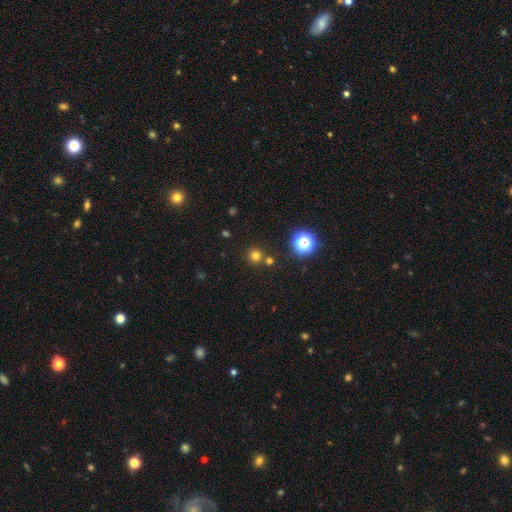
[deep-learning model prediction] smooth 71%, star or artifact 23%, featured or disk 6%. Down the decision tree: how rounded — round (94%); merging — none (78%).